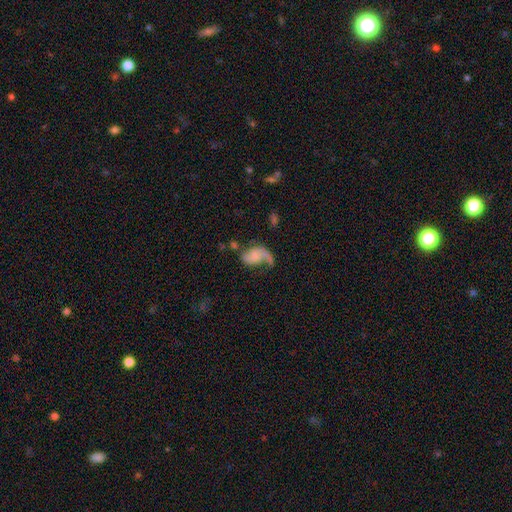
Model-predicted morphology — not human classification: featured or disk 69%, smooth 23%, star or artifact 9%. Down the decision tree: edge-on disk — no (98%); bar — no (65%); spiral arms — yes (90%); spiral arm count — 2 (56%); spiral winding — loose (72%); bulge size — none (57%); merging — major disturbance (36%).